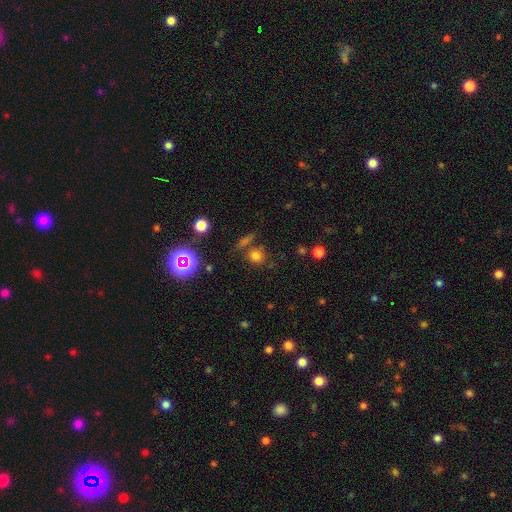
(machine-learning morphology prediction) Overall: smooth (70%). How rounded: round (83%). Merging: none (72%).